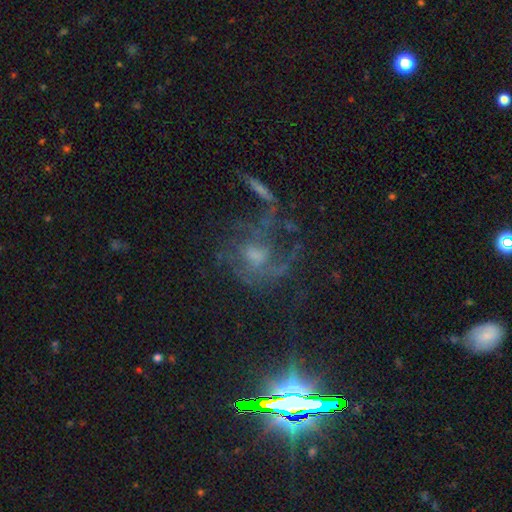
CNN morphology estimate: Q: Smooth or featured?
A: featured or disk (59%); runner-up: star or artifact (26%)
Q: Edge-on disk?
A: no (95%); runner-up: yes (5%)
Q: Bar?
A: no (65%); runner-up: weak (28%)
Q: Spiral arms?
A: yes (74%); runner-up: no (26%)
Q: Bulge size?
A: moderate (41%); runner-up: small (30%)
Q: Merging?
A: none (42%); runner-up: major disturbance (36%)